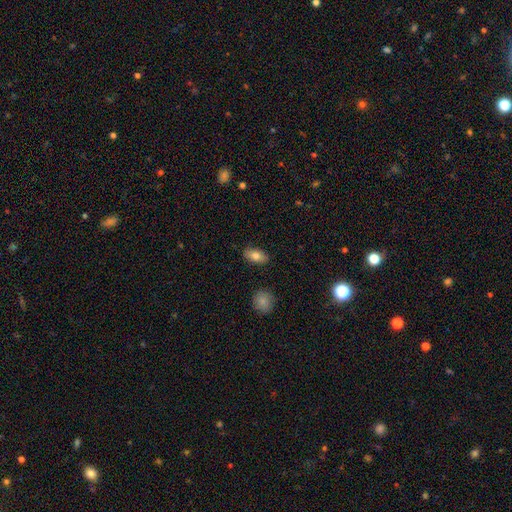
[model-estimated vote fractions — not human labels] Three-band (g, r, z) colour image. It shows a smooth galaxy with no disk features (78%) that is in between round and cigar-shaped (89%). Merging: none (88%).